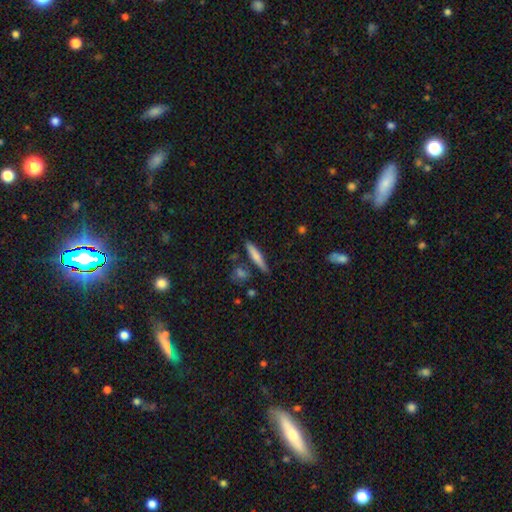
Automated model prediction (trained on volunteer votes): Overall: smooth (69%). How rounded: cigar-shaped (89%). Merging: none (80%).